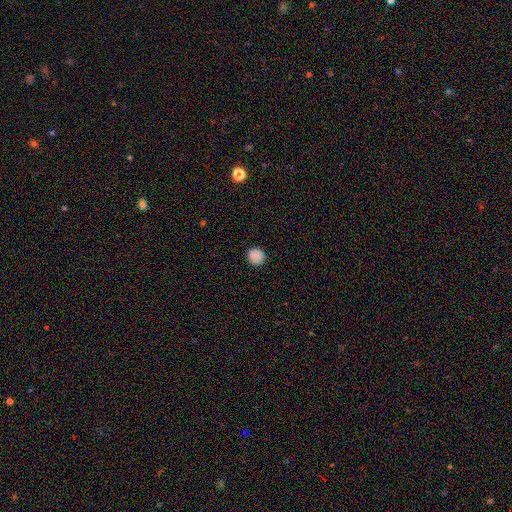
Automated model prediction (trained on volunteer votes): Smooth or featured? Predicted: smooth (p=0.87). How rounded? Predicted: round (p=0.94). Merging? Predicted: none (p=0.91).